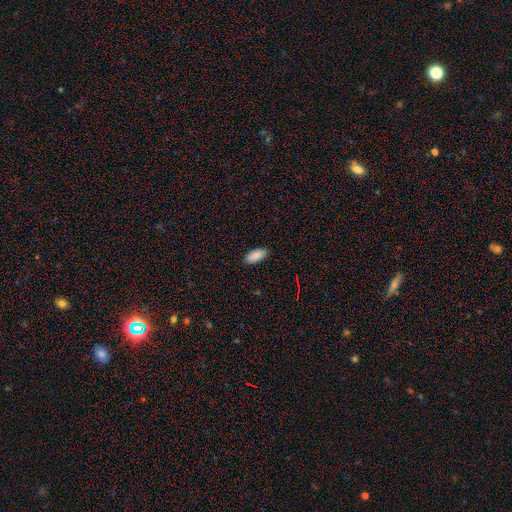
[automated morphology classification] A smooth galaxy with no disk features (89%) that is in between round and cigar-shaped (91%). Merging: none (88%).